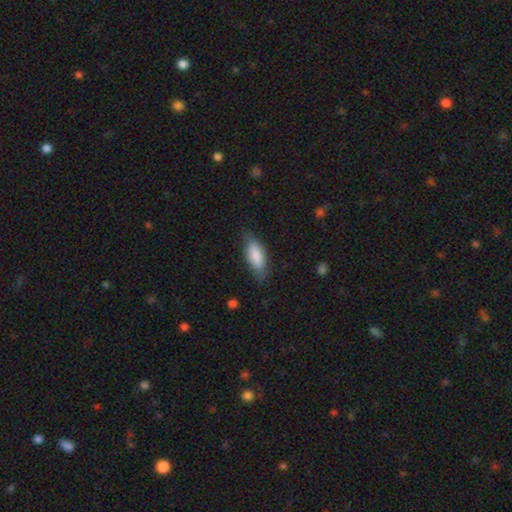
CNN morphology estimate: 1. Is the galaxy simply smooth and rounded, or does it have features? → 83% smooth, 11% featured or disk, 6% star or artifact.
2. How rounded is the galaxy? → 76% in between, 22% cigar-shaped, 2% round.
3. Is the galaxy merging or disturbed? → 75% none, 20% minor disturbance, 4% major disturbance, 1% merger.